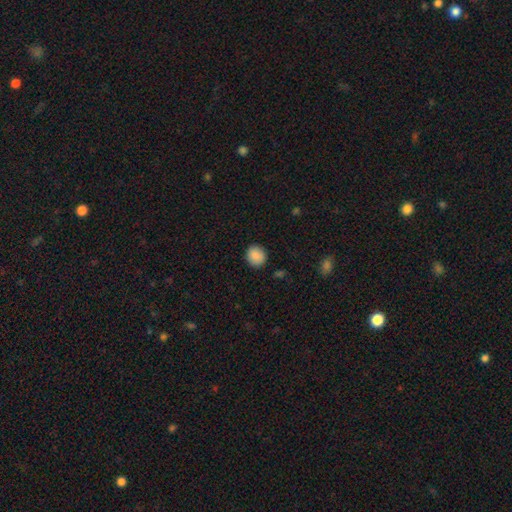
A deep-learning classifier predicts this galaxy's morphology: Smooth or featured: smooth — 89% (star or artifact — 8%)
How rounded: round — 84% (in between — 15%)
Merging: none — 90% (minor disturbance — 7%)